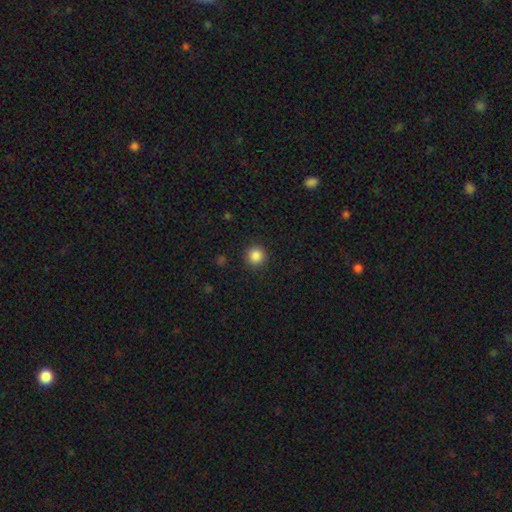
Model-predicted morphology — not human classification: type=smooth (87%); roundness=round (94%); merging=none (90%).